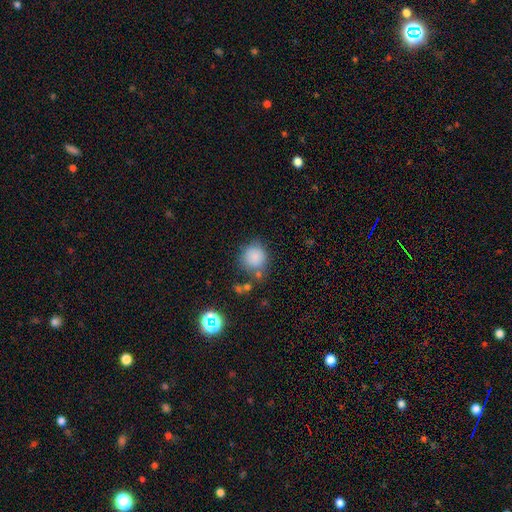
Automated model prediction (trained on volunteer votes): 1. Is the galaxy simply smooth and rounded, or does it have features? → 83% smooth, 11% star or artifact, 7% featured or disk.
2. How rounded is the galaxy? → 88% round, 11% in between, 1% cigar-shaped.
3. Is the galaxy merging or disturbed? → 66% none, 19% minor disturbance, 9% merger, 7% major disturbance.